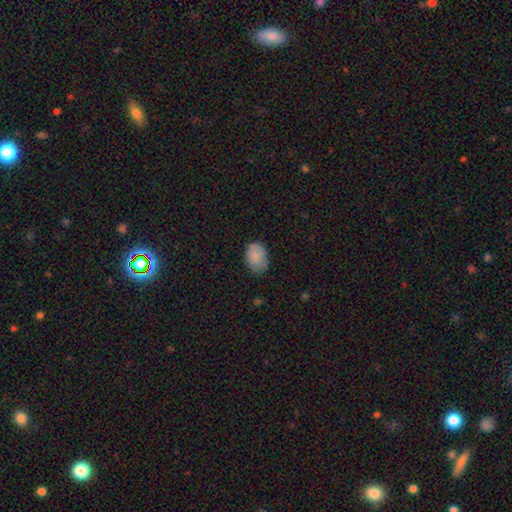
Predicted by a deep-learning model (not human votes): Smooth or featured? Predicted: smooth (p=0.84). How rounded? Predicted: in between (p=0.84). Merging? Predicted: none (p=0.73).